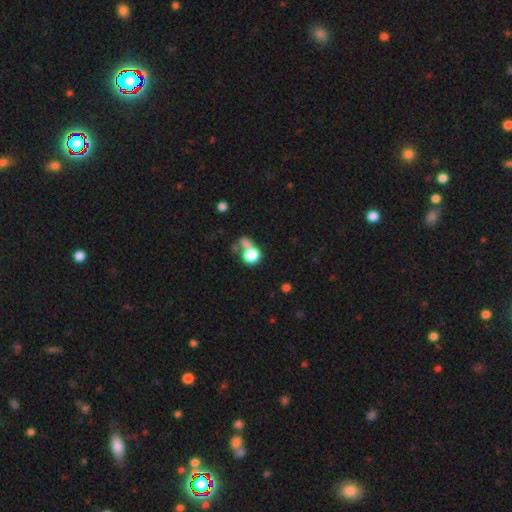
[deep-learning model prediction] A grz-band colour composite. It shows a smooth galaxy with no disk features (61%) that is round (74%). Merging: none (43%).